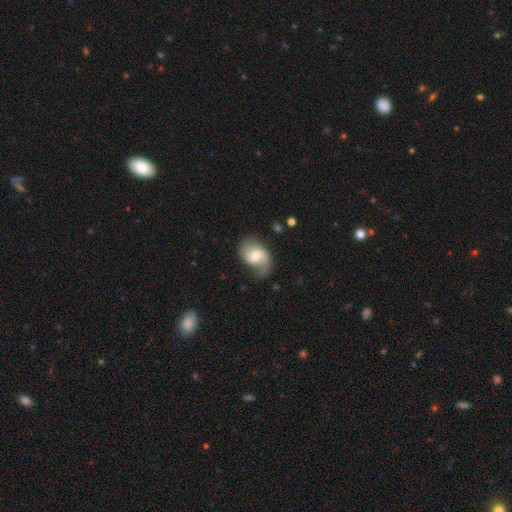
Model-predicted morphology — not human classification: This is possibly a featured or disk galaxy (56%). It is clearly not viewed edge-on (96%). Bar: possibly no (57%). Spiral arm pattern: clearly yes (85%). Central bulge: possibly moderate (57%). Merging: possibly none (50%).